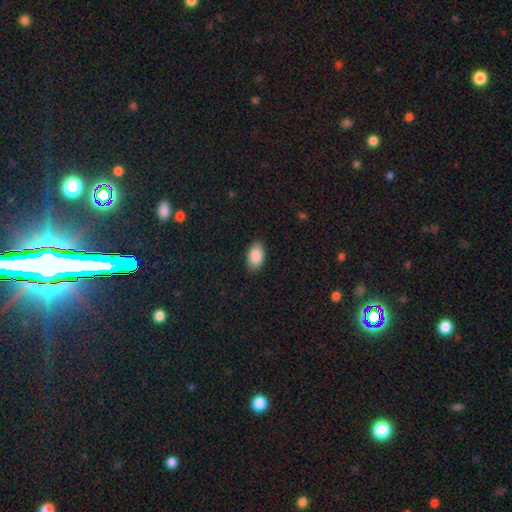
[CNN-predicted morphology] smooth_or_featured: smooth (p=0.88) [alt: star or artifact p=0.07]
how_rounded: in between (p=0.93) [alt: round p=0.06]
merging: none (p=0.86) [alt: minor disturbance p=0.11]